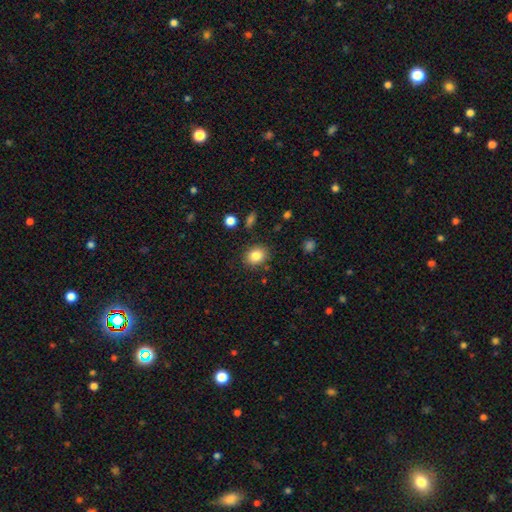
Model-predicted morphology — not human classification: smooth 83%, star or artifact 10%, featured or disk 7%. Down the decision tree: how rounded — round (56%); merging — none (86%).